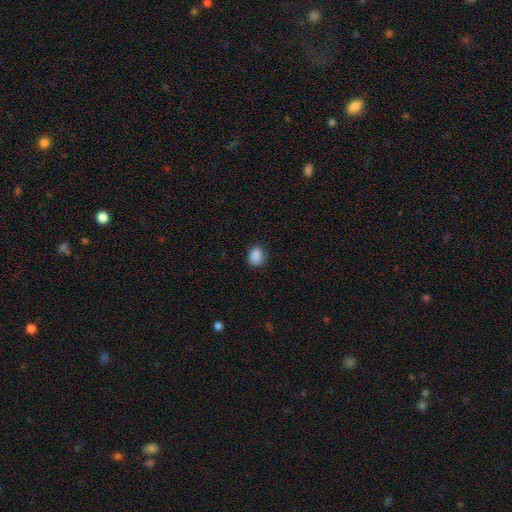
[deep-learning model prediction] Smooth or featured? Predicted: smooth (p=0.88). How rounded? Predicted: in between (p=0.59). Merging? Predicted: none (p=0.81).